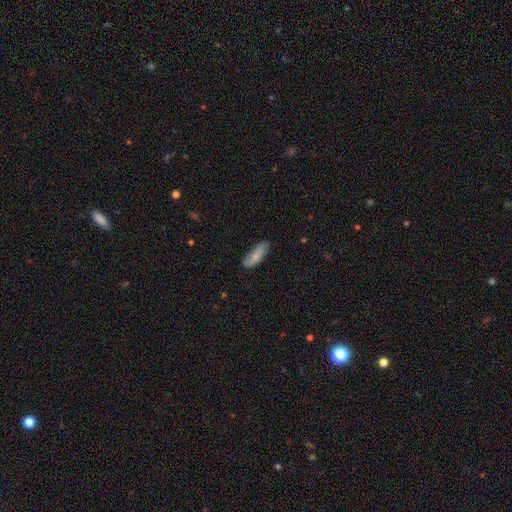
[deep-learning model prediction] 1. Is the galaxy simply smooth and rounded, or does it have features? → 76% smooth, 18% featured or disk, 6% star or artifact.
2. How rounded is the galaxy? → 63% in between, 35% cigar-shaped, 2% round.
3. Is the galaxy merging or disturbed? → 79% none, 17% minor disturbance, 3% major disturbance, 1% merger.